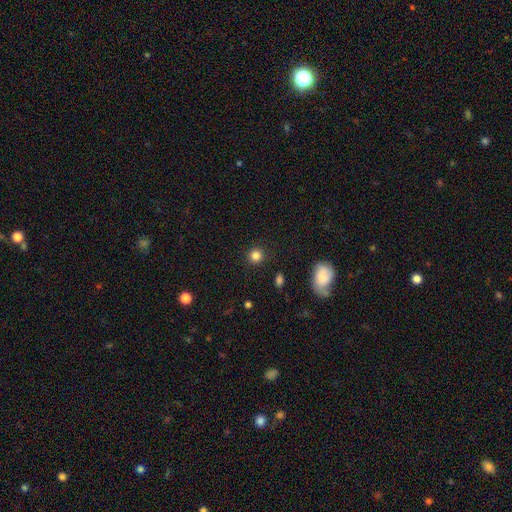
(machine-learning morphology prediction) This is clearly a smooth galaxy (84%). How rounded: clearly round (91%). Merging: clearly none (90%).